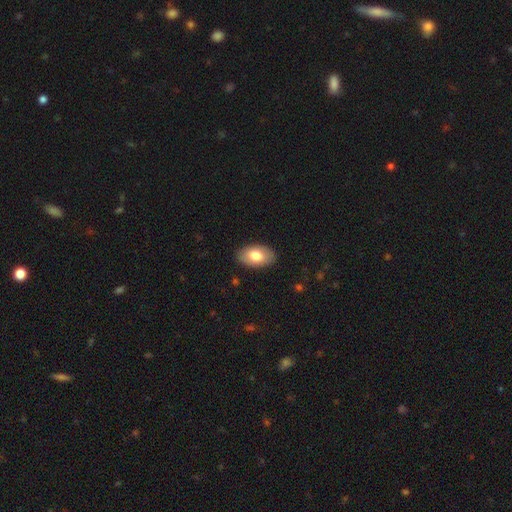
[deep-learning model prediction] Smooth or featured: smooth — 78% (featured or disk — 16%)
How rounded: in between — 94% (round — 4%)
Merging: none — 88% (minor disturbance — 9%)